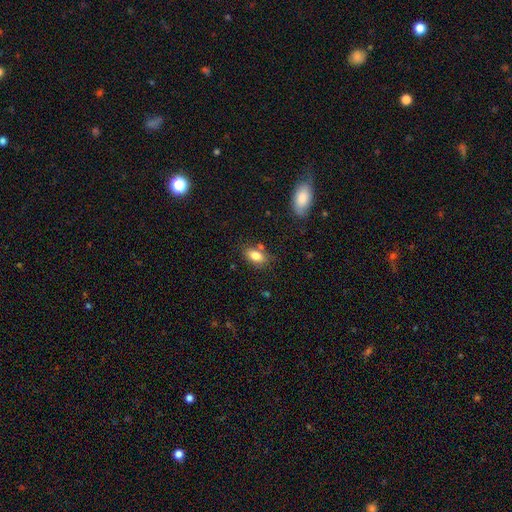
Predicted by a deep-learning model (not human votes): This is clearly a smooth galaxy (81%). How rounded: clearly in between (88%). Merging: likely none (72%).